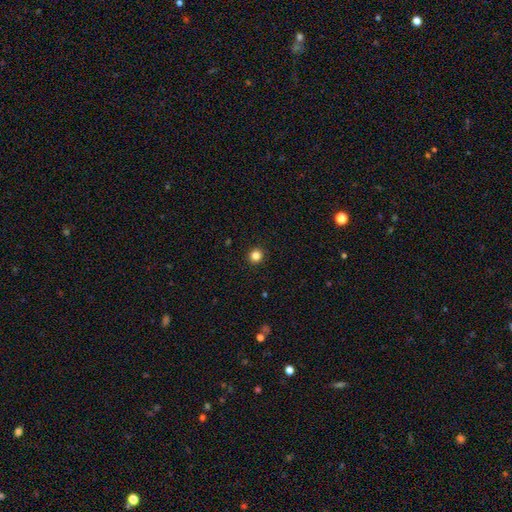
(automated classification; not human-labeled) This appears to be a smooth galaxy with no disk features (84%) that is round (94%). Merging: none (93%).